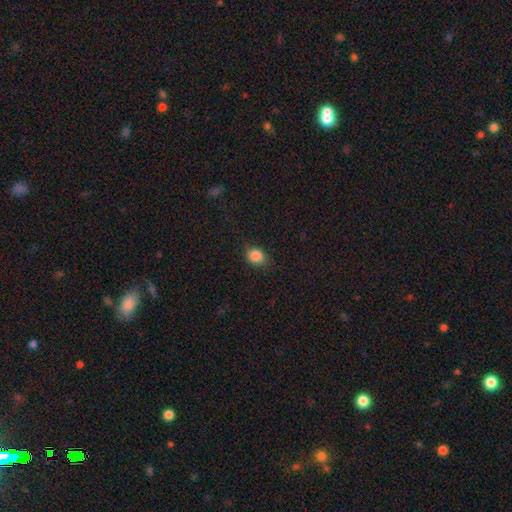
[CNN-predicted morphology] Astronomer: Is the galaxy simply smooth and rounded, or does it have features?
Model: smooth — 85%.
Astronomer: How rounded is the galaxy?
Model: round — 58% (runner-up: in between, 41%).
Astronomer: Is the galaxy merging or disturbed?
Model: none — 81%.